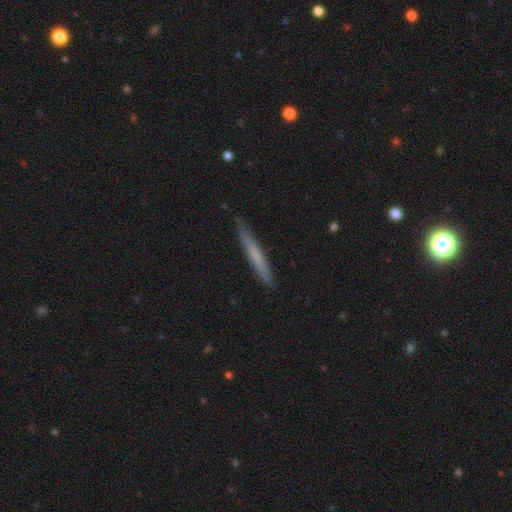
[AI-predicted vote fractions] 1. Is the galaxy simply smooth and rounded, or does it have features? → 55% smooth, 39% featured or disk, 6% star or artifact.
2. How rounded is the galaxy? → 96% cigar-shaped, 3% in between, 1% round.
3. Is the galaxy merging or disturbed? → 88% none, 9% minor disturbance, 1% major disturbance, 1% merger.